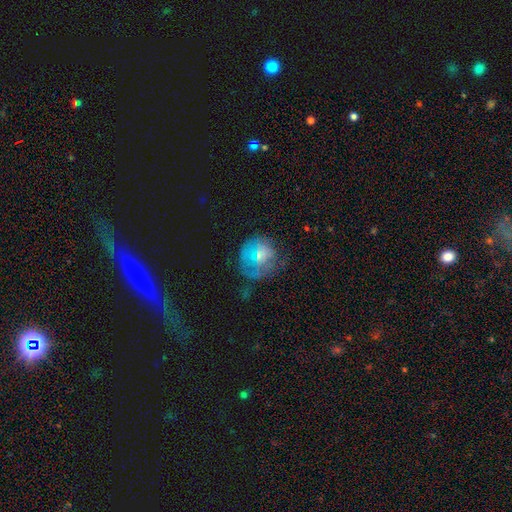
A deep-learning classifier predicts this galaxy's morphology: type=featured or disk (39%); merging=none (57%).